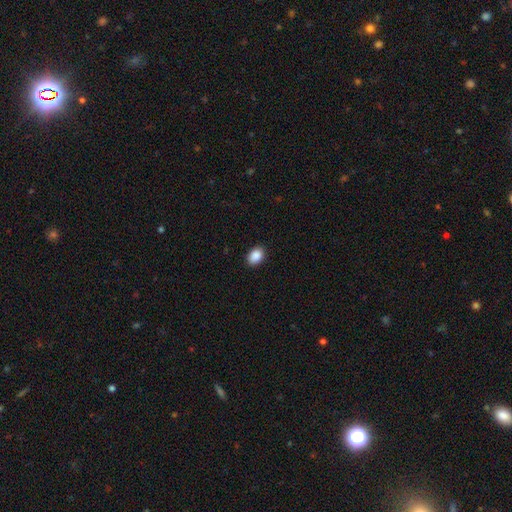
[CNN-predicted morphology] This is clearly a smooth galaxy (90%). How rounded: likely in between (79%). Merging: clearly none (89%).